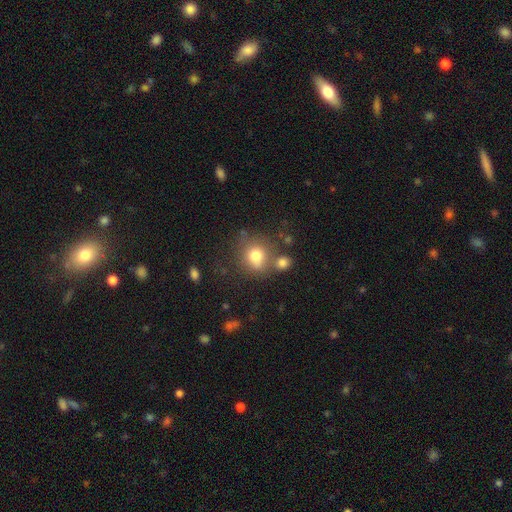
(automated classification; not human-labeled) Overall: smooth (76%). How rounded: round (78%). Merging: none (61%).